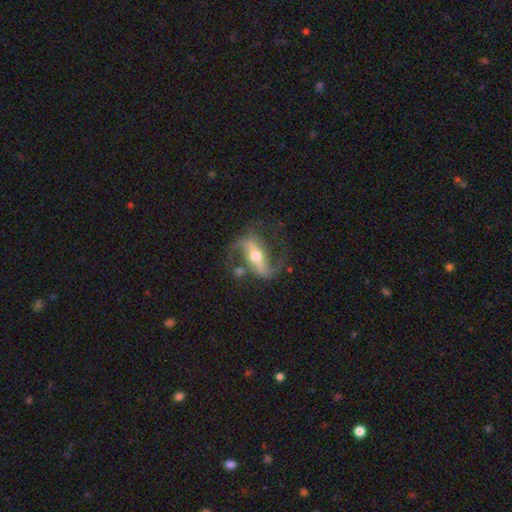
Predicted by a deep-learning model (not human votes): A featured or disk galaxy (88%) with a strong bar (60%), 2 (91%) loose (56%) spiral arms (95%) and a moderate central bulge (69%). Merging: none (67%).